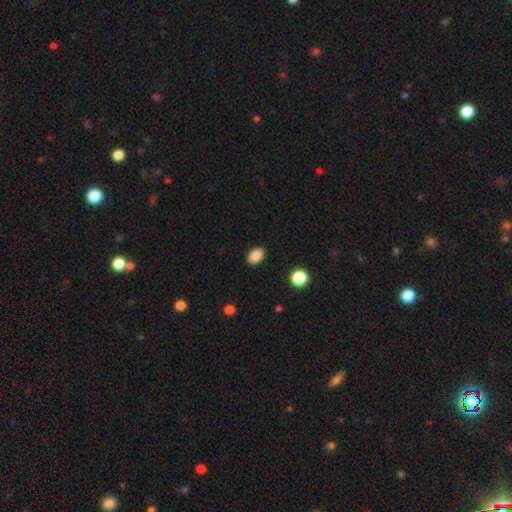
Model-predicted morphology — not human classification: A smooth galaxy with no disk features (87%) that is in between round and cigar-shaped (74%). Merging: none (89%).